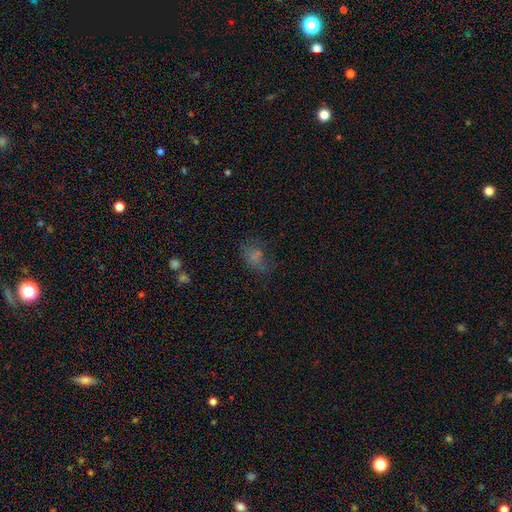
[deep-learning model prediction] This is possibly a smooth galaxy (58%). How rounded: likely in between (67%). Merging: likely none (66%).